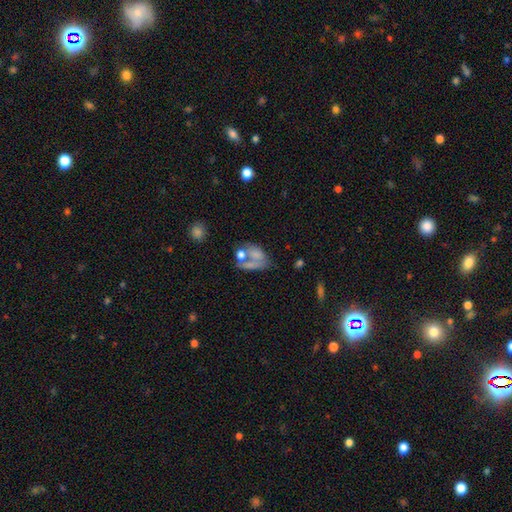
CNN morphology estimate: A smooth galaxy with no disk features (60%) that is in between round and cigar-shaped (80%).

Vote fractions:
- Smooth or featured? smooth: 60% / featured or disk: 28% / star or artifact: 12%
- How rounded? in between: 80% / round: 17% / cigar-shaped: 3%
- Merging? merger: 45% / none: 23% / major disturbance: 18% / minor disturbance: 13%